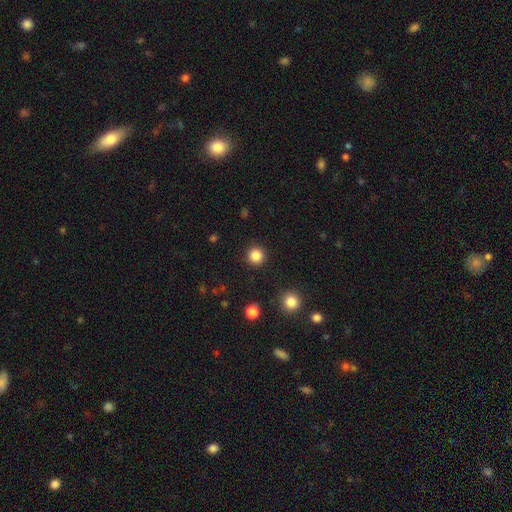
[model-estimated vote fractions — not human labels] smooth_or_featured: smooth (p=0.85) [alt: star or artifact p=0.11]
how_rounded: round (p=0.95) [alt: in between p=0.04]
merging: none (p=0.92) [alt: minor disturbance p=0.05]